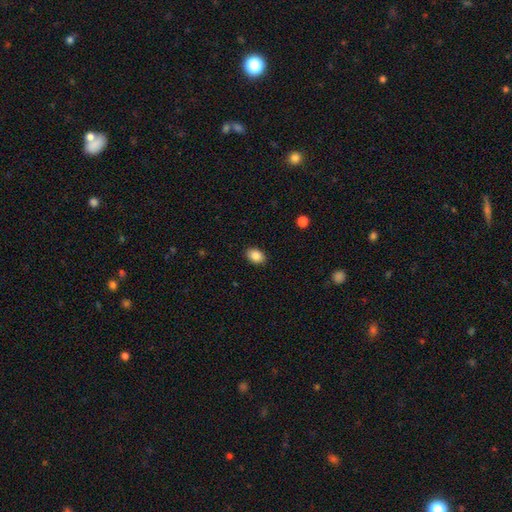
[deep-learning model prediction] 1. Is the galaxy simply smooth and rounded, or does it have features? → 87% smooth, 9% star or artifact, 5% featured or disk.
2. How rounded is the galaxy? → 77% in between, 22% round, 1% cigar-shaped.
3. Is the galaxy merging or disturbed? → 89% none, 8% minor disturbance, 2% major disturbance, 1% merger.